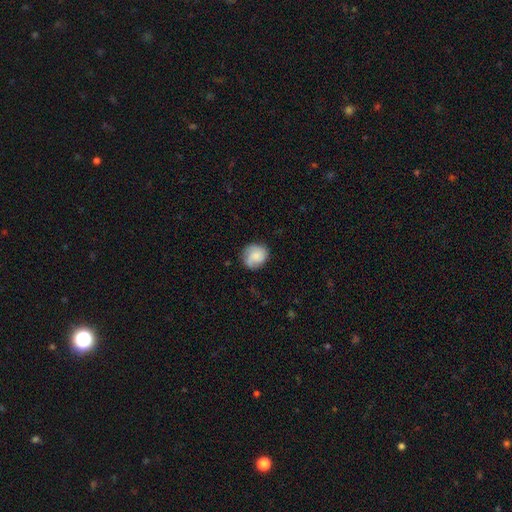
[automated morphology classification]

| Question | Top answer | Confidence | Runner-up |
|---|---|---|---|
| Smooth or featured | smooth | 65% | featured or disk (27%) |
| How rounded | round | 79% | in between (20%) |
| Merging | none | 71% | minor disturbance (21%) |